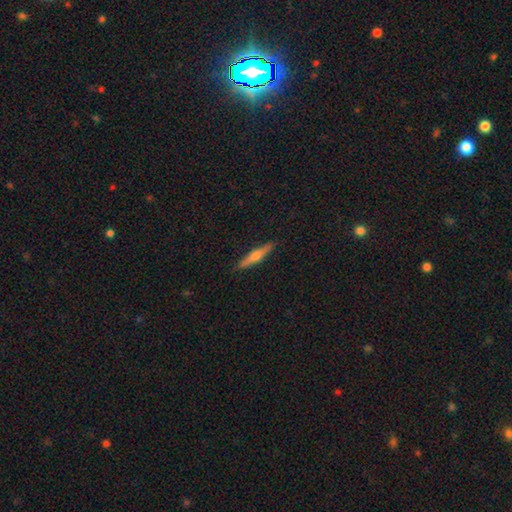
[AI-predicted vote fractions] This appears to be a featured or disk galaxy (60%) viewed edge-on (97%) with a rounded central bulge (90%). Merging: none (91%).